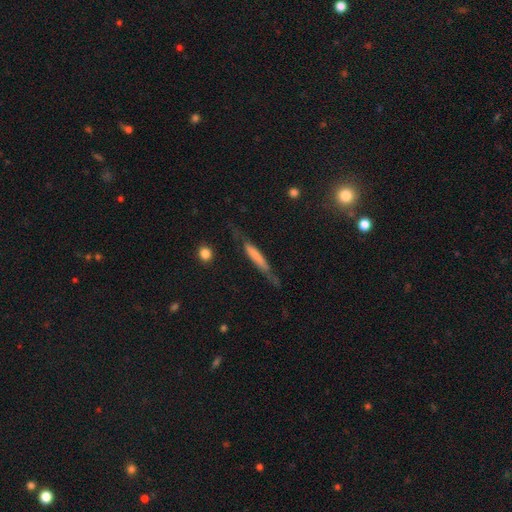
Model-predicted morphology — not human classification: smooth_or_featured: smooth (p=0.56) [alt: featured or disk p=0.38]
how_rounded: cigar-shaped (p=0.91) [alt: in between p=0.07]
merging: none (p=0.60) [alt: minor disturbance p=0.26]